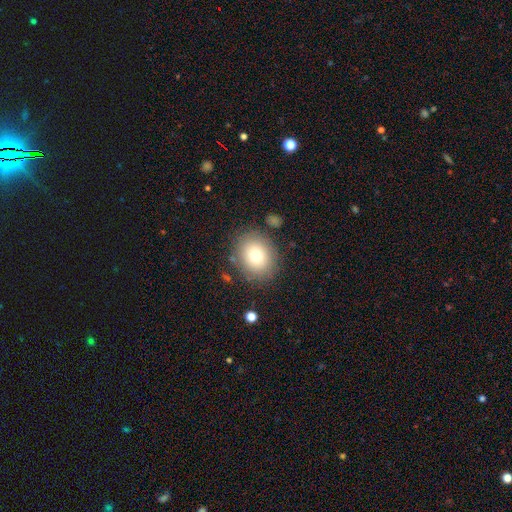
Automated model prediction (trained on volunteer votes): Smooth or featured? Predicted: smooth (p=0.78). How rounded? Predicted: round (p=0.59). Merging? Predicted: none (p=0.82).